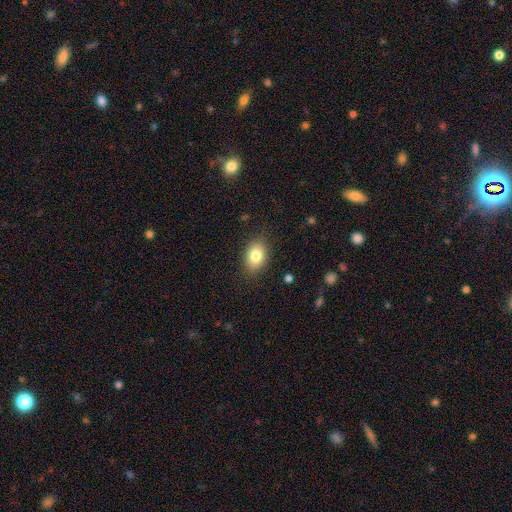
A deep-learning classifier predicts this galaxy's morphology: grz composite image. It shows a smooth galaxy with no disk features (81%) that is in between round and cigar-shaped (81%). Merging: none (86%).